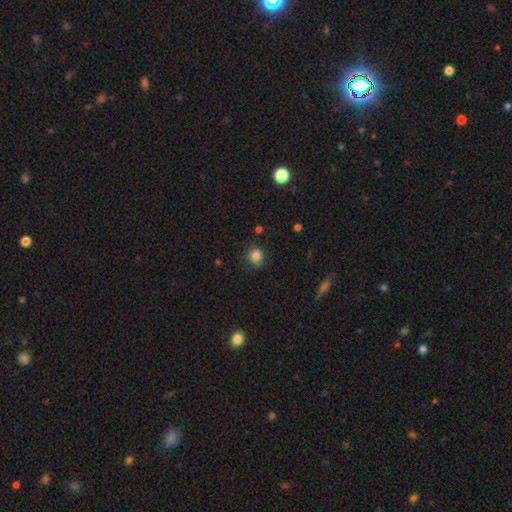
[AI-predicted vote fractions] smooth-or-featured: smooth: 82% | star or artifact: 13% | featured or disk: 5%
  how-rounded: round: 86% | in between: 13% | cigar-shaped: 1%
  merging: none: 77% | minor disturbance: 16% | major disturbance: 4% | merger: 2%